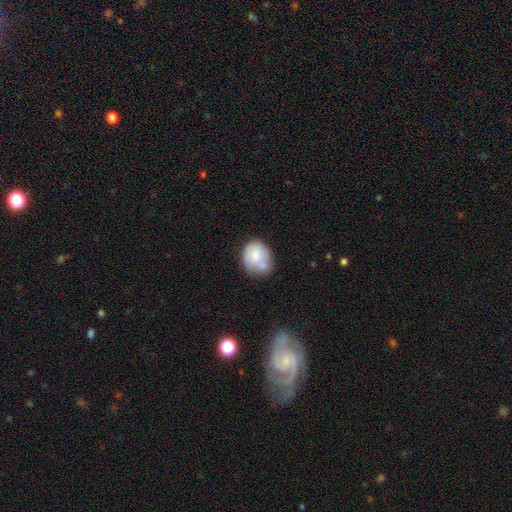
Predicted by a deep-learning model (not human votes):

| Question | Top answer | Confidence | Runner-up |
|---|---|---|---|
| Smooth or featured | smooth | 74% | featured or disk (19%) |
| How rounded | round | 56% | in between (43%) |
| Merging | none | 43% | minor disturbance (26%) |